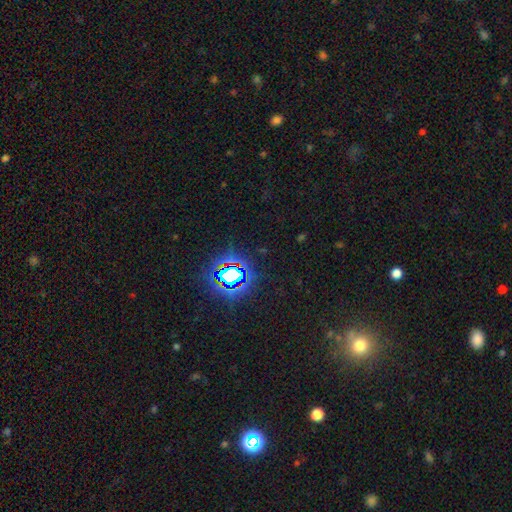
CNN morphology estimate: This is clearly a star or artifact rather than a galaxy (80%).